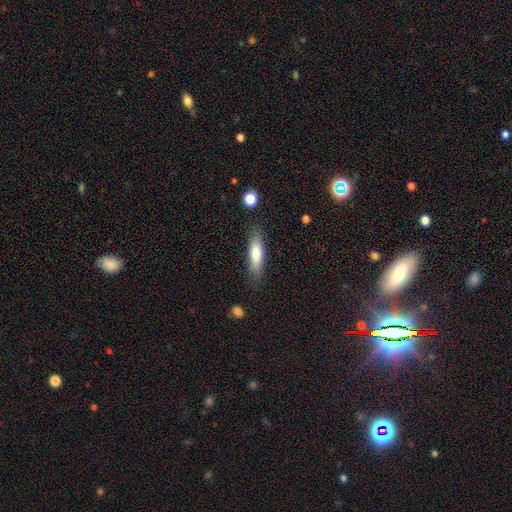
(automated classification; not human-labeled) The model was most divided on "how rounded": cigar-shaped: 65%, in between: 33%, round: 2%. More confident: merging — none (81%); smooth or featured — smooth (75%).